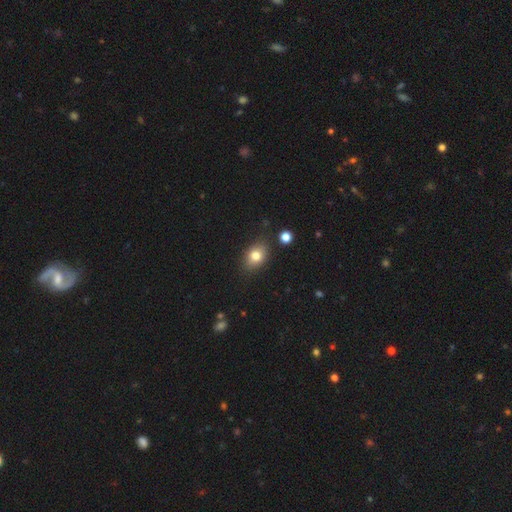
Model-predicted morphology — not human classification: This is likely a smooth galaxy (78%). How rounded: likely in between (74%). Merging: clearly none (82%).